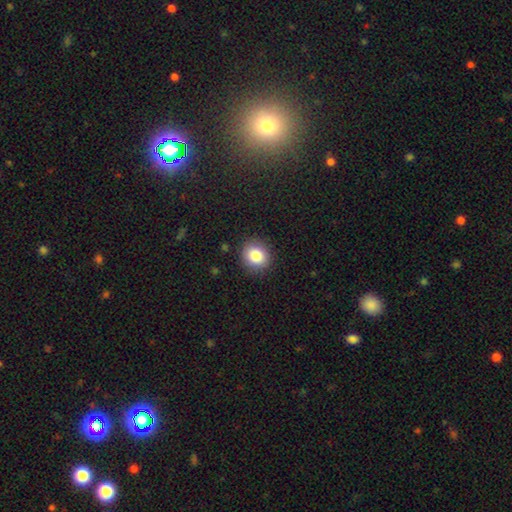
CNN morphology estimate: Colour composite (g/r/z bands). It shows a smooth galaxy with no disk features (83%) that is round (79%). Merging: none (89%).